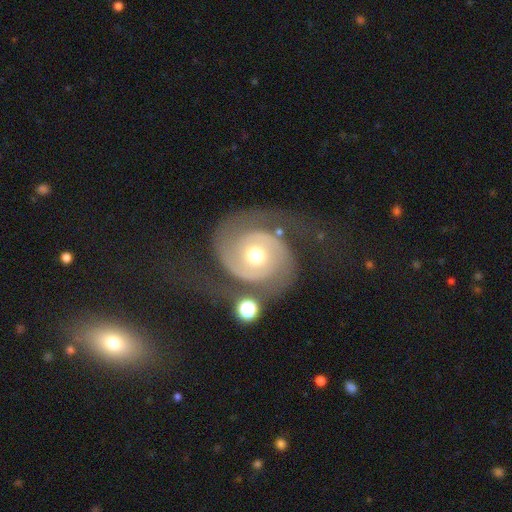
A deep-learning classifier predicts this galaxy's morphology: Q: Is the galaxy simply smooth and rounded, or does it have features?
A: featured or disk — 89%.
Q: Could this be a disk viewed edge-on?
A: no — 98%.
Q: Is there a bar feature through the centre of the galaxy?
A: no — 69%.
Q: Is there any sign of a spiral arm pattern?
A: yes — 97%.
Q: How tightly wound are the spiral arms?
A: tight — 46%.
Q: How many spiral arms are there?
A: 2 — 91%.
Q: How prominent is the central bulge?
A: moderate — 74%.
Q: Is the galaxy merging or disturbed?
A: none — 64%.